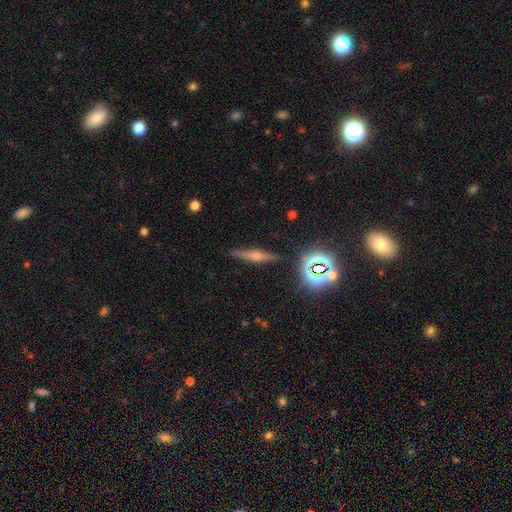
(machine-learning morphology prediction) Q: Smooth or featured?
A: featured or disk (54%); runner-up: smooth (25%)
Q: Edge-on disk?
A: yes (95%); runner-up: no (5%)
Q: Edge-on bulge?
A: rounded (80%); runner-up: boxy (11%)
Q: Merging?
A: none (87%); runner-up: minor disturbance (9%)